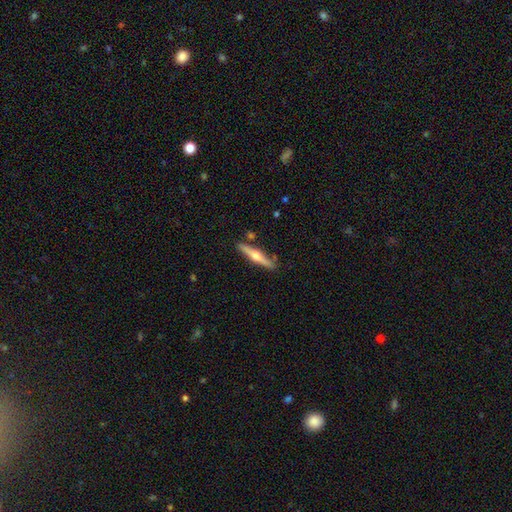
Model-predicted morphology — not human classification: Smooth or featured: featured or disk — 63% (smooth — 31%)
Edge-on disk: yes — 97% (no — 3%)
Edge-on bulge: rounded — 90% (none — 5%)
Merging: none — 85% (minor disturbance — 10%)